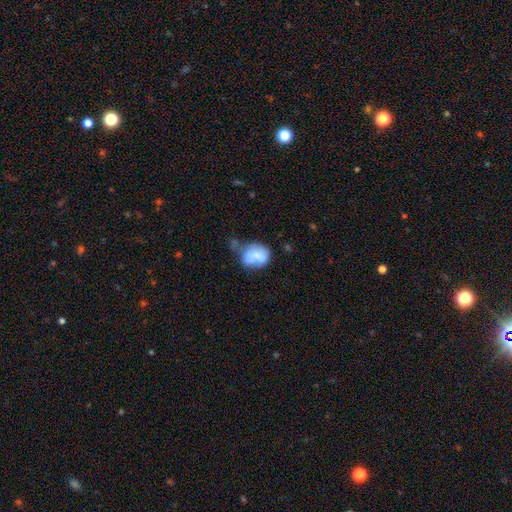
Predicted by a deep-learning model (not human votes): Smooth or featured? Predicted: smooth (p=0.63). How rounded? Predicted: in between (p=0.52). Merging? Predicted: minor disturbance (p=0.28, tied with none).